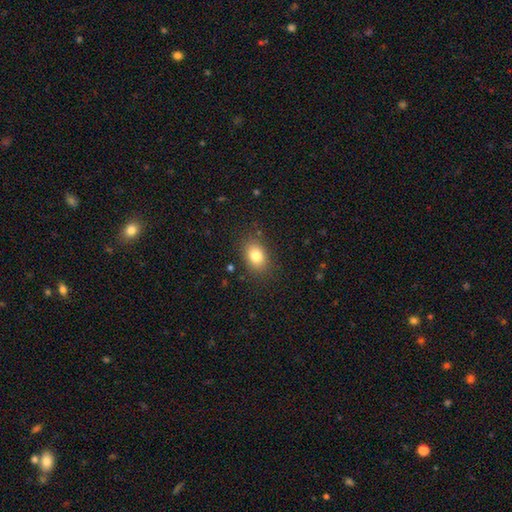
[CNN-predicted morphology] The model was most divided on "how rounded": in between: 72%, round: 27%, cigar-shaped: 1%. More confident: merging — none (85%); smooth or featured — smooth (82%).